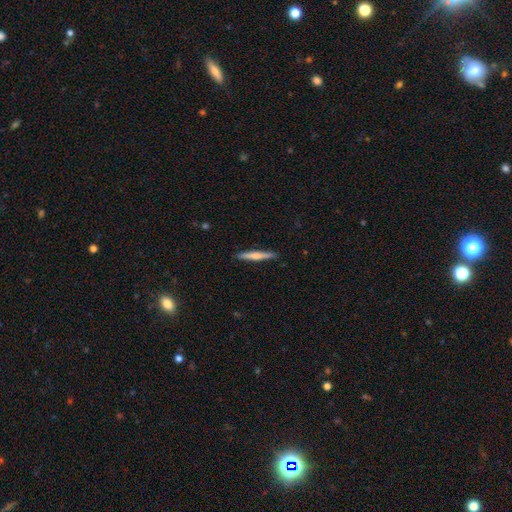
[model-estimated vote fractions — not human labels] The model was most divided on "smooth or featured": smooth: 57%, featured or disk: 38%, star or artifact: 5%. More confident: how rounded — cigar-shaped (94%); merging — none (90%).